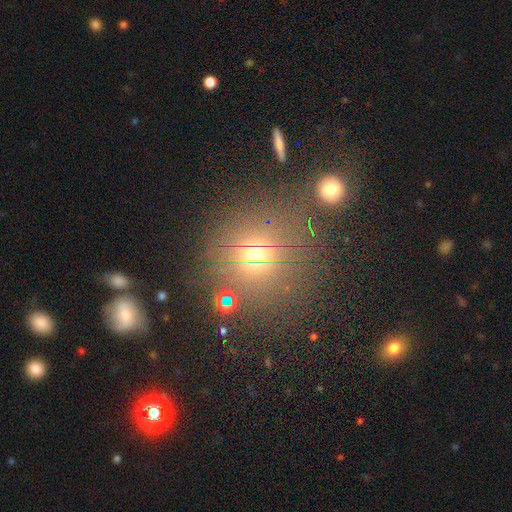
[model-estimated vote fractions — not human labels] This is possibly a smooth galaxy (48%). Merging: likely none (78%).